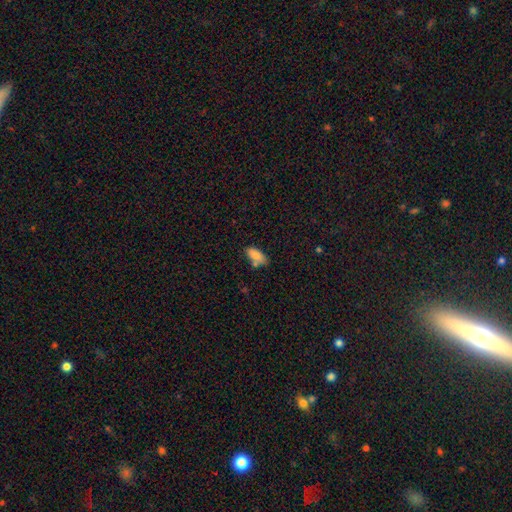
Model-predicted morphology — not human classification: A smooth galaxy with no disk features (85%) that is in between round and cigar-shaped (88%).

Vote fractions:
- Smooth or featured? smooth: 85% / star or artifact: 8% / featured or disk: 7%
- How rounded? in between: 88% / cigar-shaped: 9% / round: 2%
- Merging? none: 63% / minor disturbance: 21% / merger: 12% / major disturbance: 5%